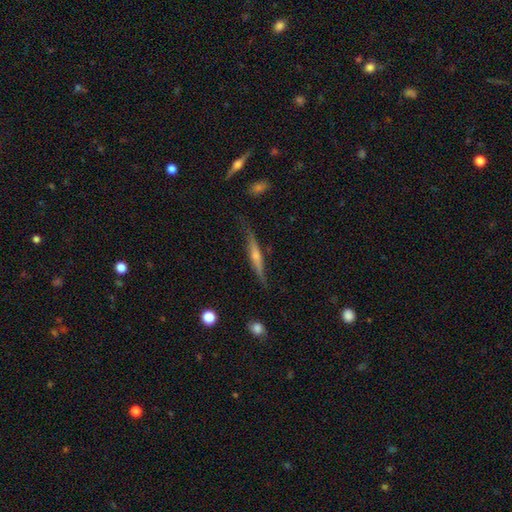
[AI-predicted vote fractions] A featured or disk galaxy (69%) viewed edge-on (95%) with a rounded central bulge (73%). Merging: none (78%).